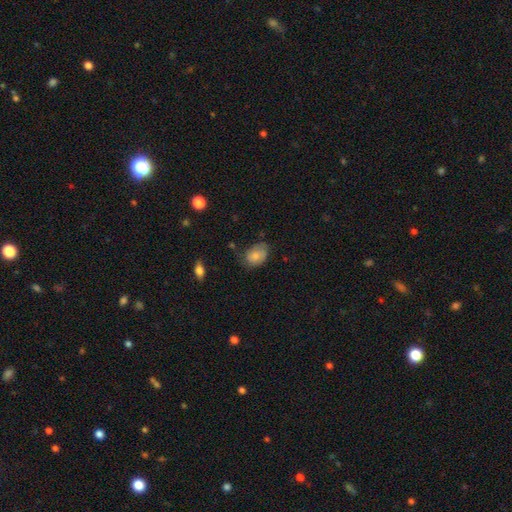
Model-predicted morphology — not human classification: A smooth galaxy with no disk features (77%) that is in between round and cigar-shaped (78%).

Vote fractions:
- Smooth or featured? smooth: 77% / featured or disk: 16% / star or artifact: 8%
- How rounded? in between: 78% / round: 21% / cigar-shaped: 1%
- Merging? none: 55% / minor disturbance: 33% / major disturbance: 9% / merger: 2%